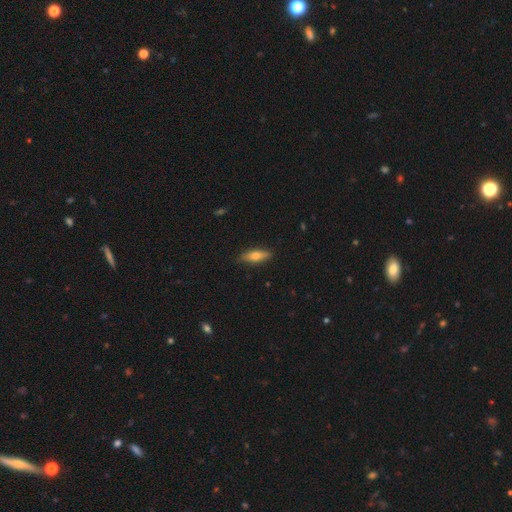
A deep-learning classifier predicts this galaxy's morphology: A smooth galaxy with no disk features (69%) that is in between round and cigar-shaped (51%).

Vote fractions:
- Smooth or featured? smooth: 69% / featured or disk: 24% / star or artifact: 6%
- How rounded? in between: 51% / cigar-shaped: 47% / round: 2%
- Merging? none: 85% / minor disturbance: 12% / major disturbance: 2% / merger: 1%